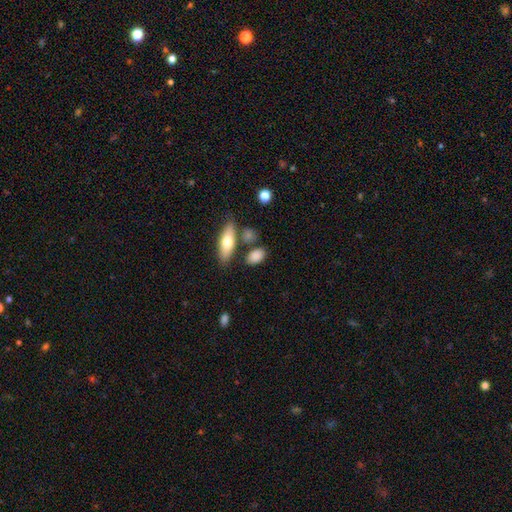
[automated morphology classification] Smooth or featured? smooth (84%)
How rounded? in between (84%)
Merging? none (69%)